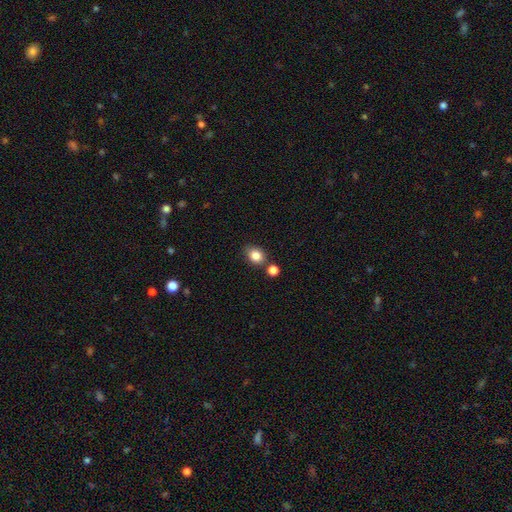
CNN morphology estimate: Q: Smooth or featured?
A: smooth (84%); runner-up: star or artifact (10%)
Q: How rounded?
A: in between (55%); runner-up: round (44%)
Q: Merging?
A: none (70%); runner-up: merger (14%)